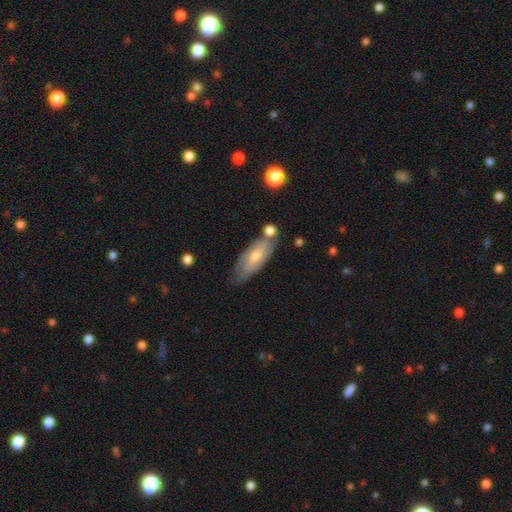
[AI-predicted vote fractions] This appears to be a smooth galaxy with no disk features (56%) that is in between round and cigar-shaped (70%). Merging: none (65%).